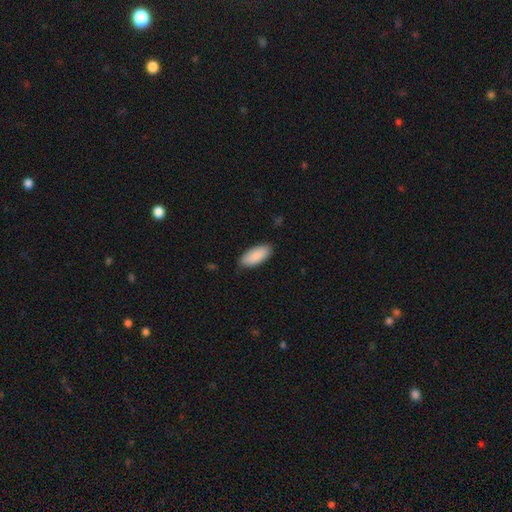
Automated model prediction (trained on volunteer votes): This is clearly a smooth galaxy (90%). How rounded: clearly in between (87%). Merging: clearly none (85%).